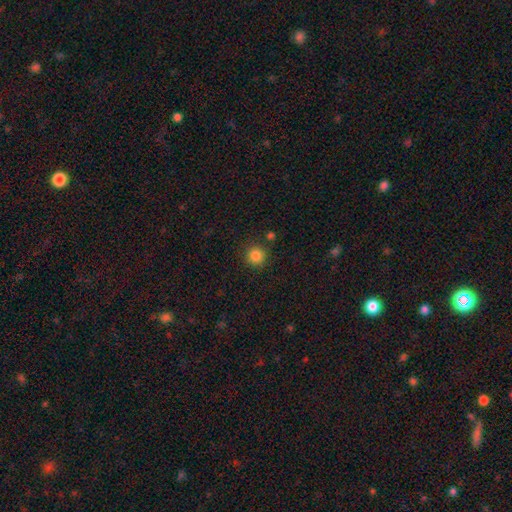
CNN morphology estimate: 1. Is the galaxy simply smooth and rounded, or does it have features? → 84% smooth, 12% star or artifact, 4% featured or disk.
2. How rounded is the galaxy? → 94% round, 5% in between, 1% cigar-shaped.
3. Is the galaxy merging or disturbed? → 87% none, 7% minor disturbance, 4% merger, 2% major disturbance.